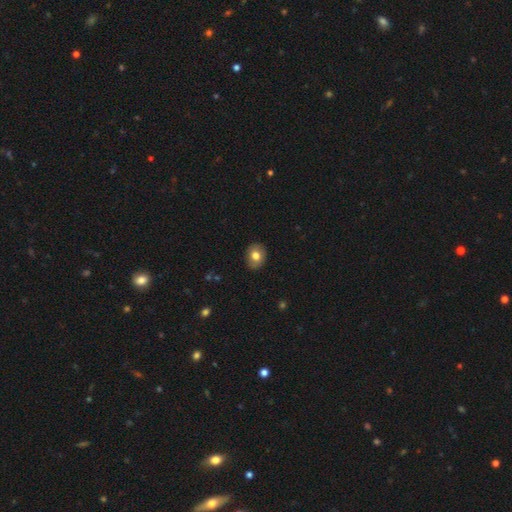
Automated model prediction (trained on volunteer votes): Morphology: type=smooth (77%); roundness=in between (55%); merging=none (87%).